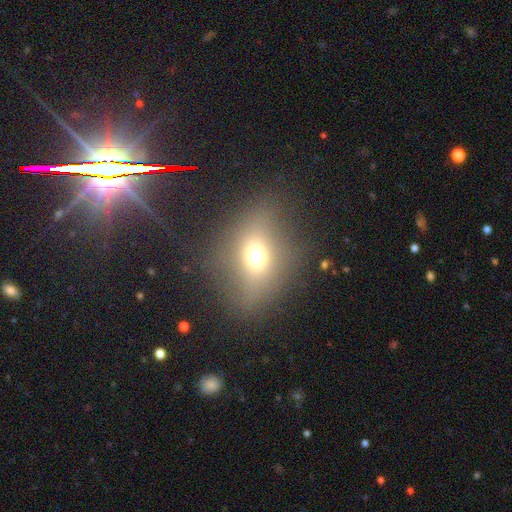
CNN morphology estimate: Smooth or featured? smooth (60%)
How rounded? round (55%)
Merging? none (75%)